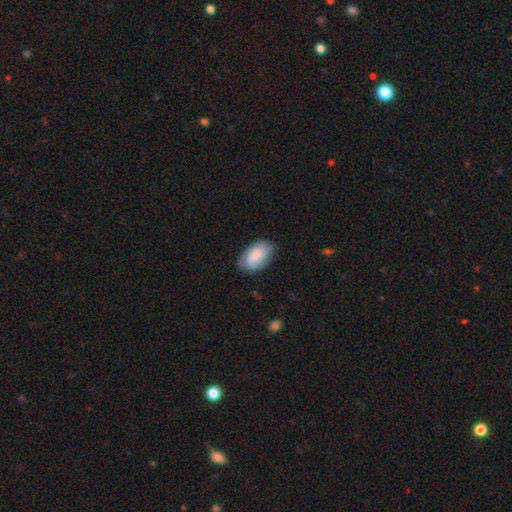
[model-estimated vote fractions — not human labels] Smooth or featured? Predicted: smooth (p=0.80). How rounded? Predicted: in between (p=0.93). Merging? Predicted: none (p=0.74).